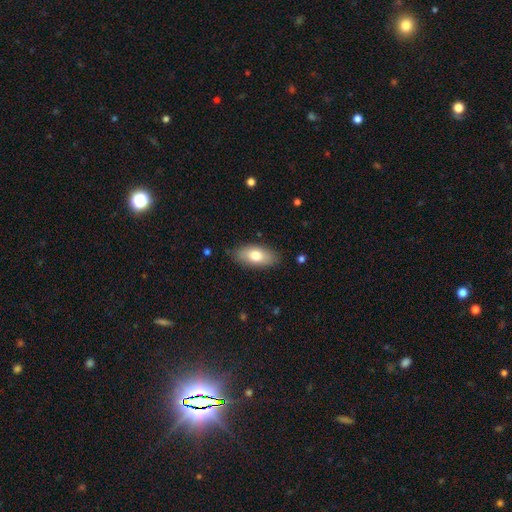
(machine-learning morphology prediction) smooth_or_featured: smooth (p=0.77) [alt: featured or disk p=0.17]
how_rounded: in between (p=0.89) [alt: cigar-shaped p=0.08]
merging: none (p=0.85) [alt: minor disturbance p=0.12]